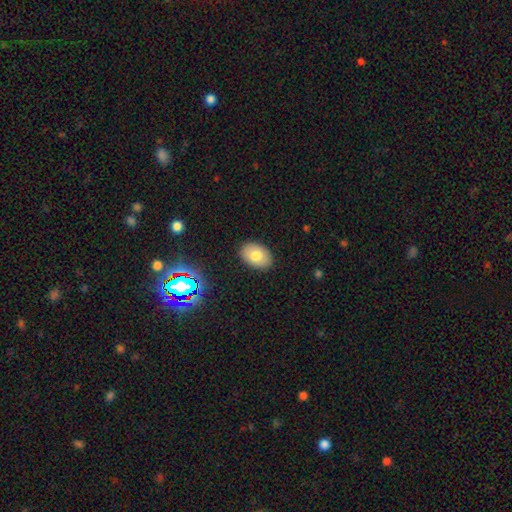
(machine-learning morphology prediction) A smooth galaxy with no disk features (76%) that is in between round and cigar-shaped (85%). Merging: none (88%).